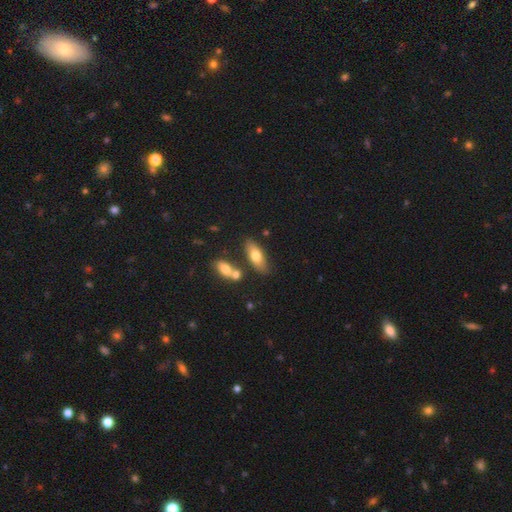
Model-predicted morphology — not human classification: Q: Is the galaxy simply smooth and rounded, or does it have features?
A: smooth — 69%.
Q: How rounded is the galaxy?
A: in between — 75%.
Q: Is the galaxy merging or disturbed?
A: none — 70%.